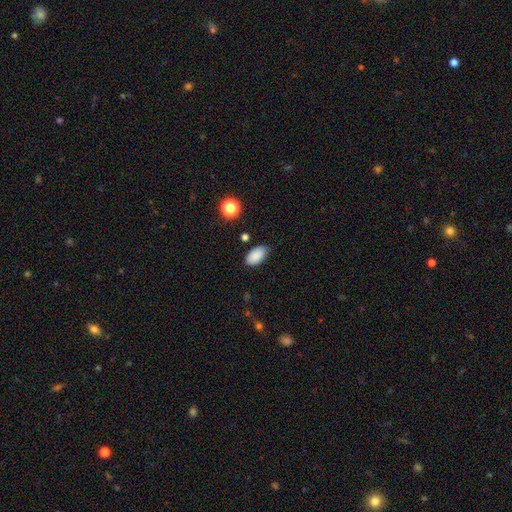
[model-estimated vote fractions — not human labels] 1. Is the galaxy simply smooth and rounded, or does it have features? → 88% smooth, 8% star or artifact, 4% featured or disk.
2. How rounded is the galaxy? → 94% in between, 4% round, 2% cigar-shaped.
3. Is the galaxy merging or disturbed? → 83% none, 13% minor disturbance, 3% major disturbance, 2% merger.